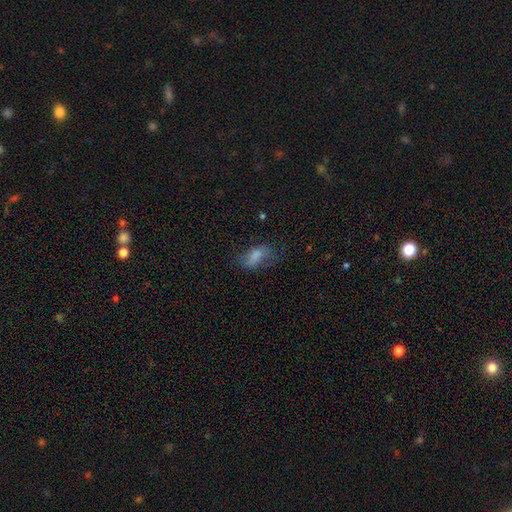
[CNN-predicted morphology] This is likely a smooth galaxy (67%). How rounded: clearly in between (87%). Merging: possibly none (47%).